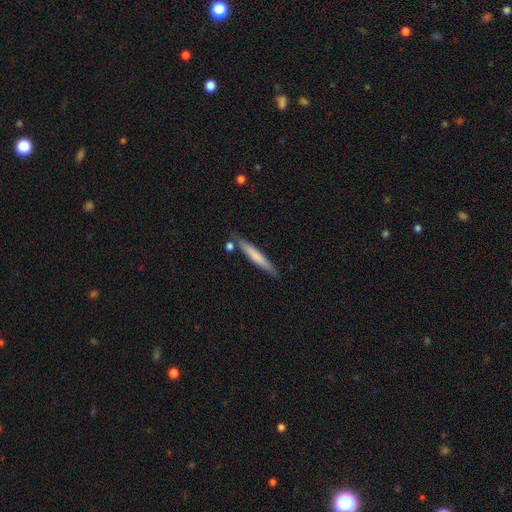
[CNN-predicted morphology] Smooth or featured: smooth — 66% (featured or disk — 29%)
How rounded: cigar-shaped — 95% (in between — 4%)
Merging: none — 81% (minor disturbance — 12%)